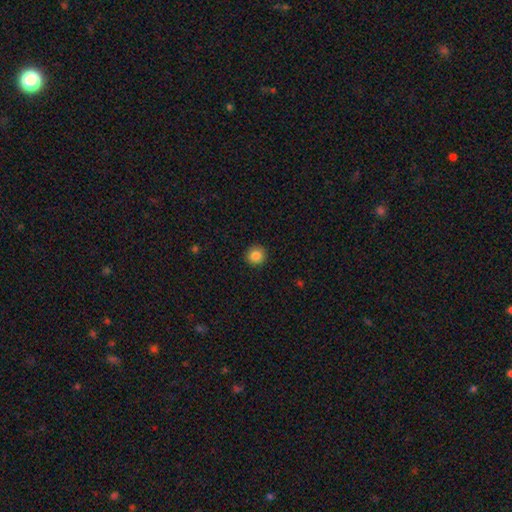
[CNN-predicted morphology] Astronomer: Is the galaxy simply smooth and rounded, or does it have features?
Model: smooth — 86%.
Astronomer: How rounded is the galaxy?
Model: round — 93%.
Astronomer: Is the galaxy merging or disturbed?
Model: none — 92%.